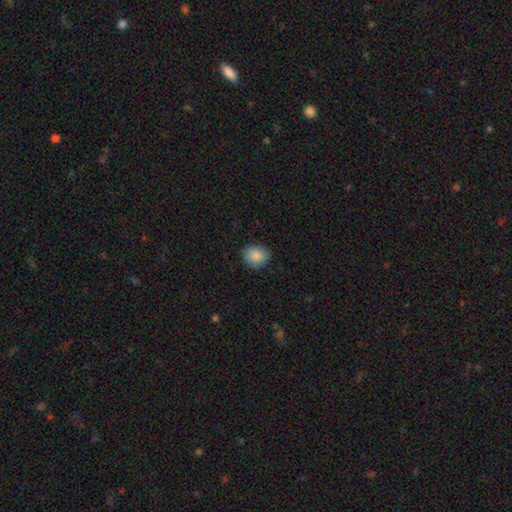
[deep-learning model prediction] smooth_or_featured: smooth (p=0.87) [alt: star or artifact p=0.07]
how_rounded: round (p=0.71) [alt: in between p=0.28]
merging: none (p=0.81) [alt: minor disturbance p=0.15]